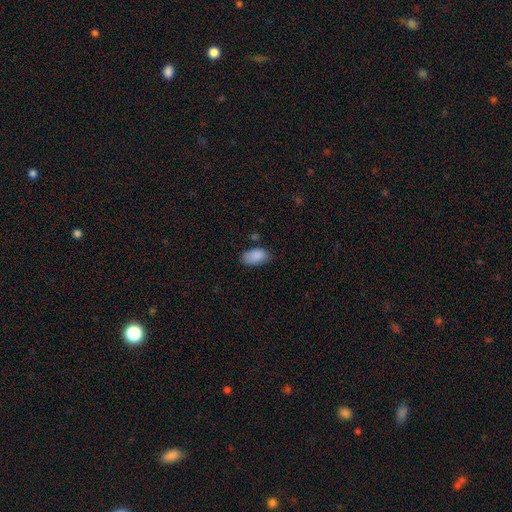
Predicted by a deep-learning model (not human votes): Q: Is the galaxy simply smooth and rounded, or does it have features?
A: smooth — 88%.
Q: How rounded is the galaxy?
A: in between — 93%.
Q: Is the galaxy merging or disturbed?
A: none — 69%.